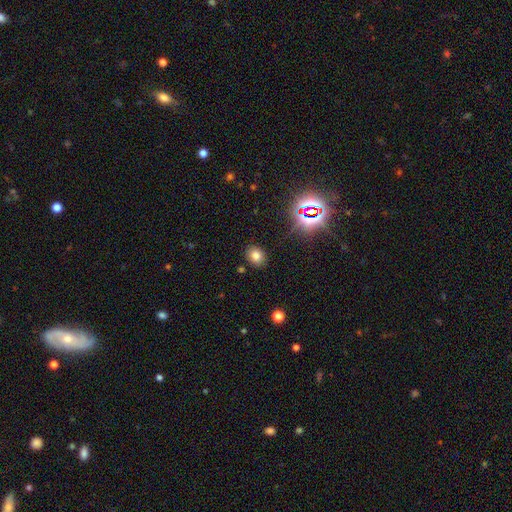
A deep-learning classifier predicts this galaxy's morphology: This is likely a smooth galaxy (73%). How rounded: possibly round (51%). Merging: clearly none (87%).